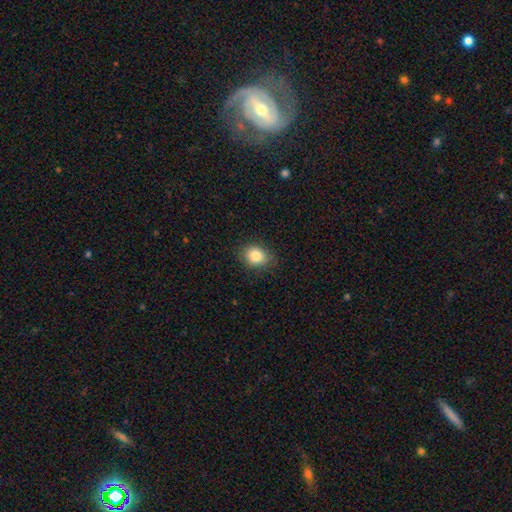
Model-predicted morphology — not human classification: This appears to be a smooth galaxy with no disk features (85%) that is in between round and cigar-shaped (52%). Merging: none (85%).